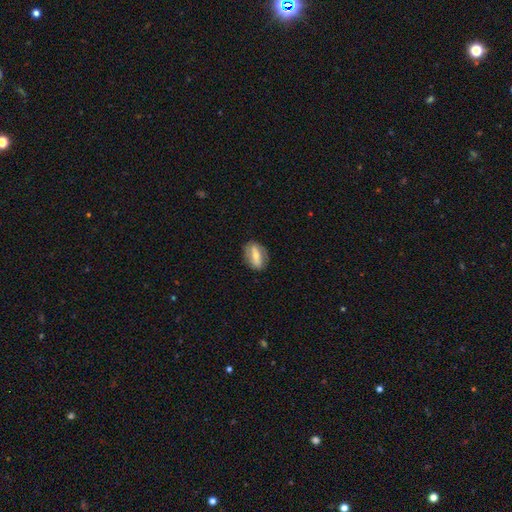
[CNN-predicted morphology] A featured or disk galaxy (48%).

Vote fractions:
- Smooth or featured? featured or disk: 48% / smooth: 45% / star or artifact: 7%
- Merging? none: 82% / minor disturbance: 13% / major disturbance: 4% / merger: 1%